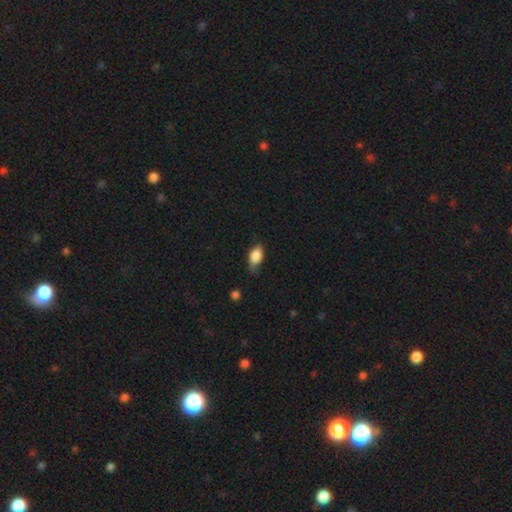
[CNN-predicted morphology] Smooth or featured: smooth — 83% (featured or disk — 9%)
How rounded: in between — 88% (round — 8%)
Merging: none — 57% (minor disturbance — 34%)